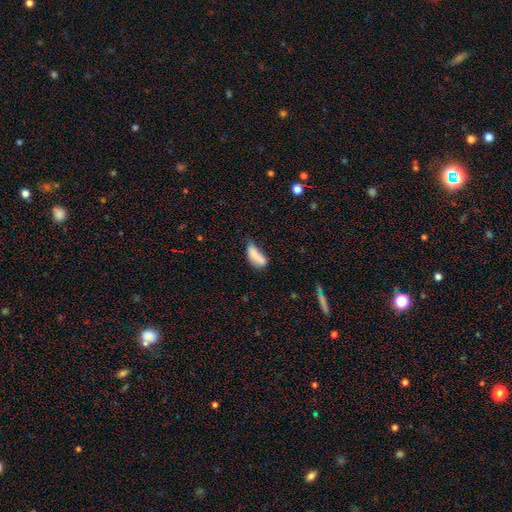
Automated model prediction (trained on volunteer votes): Smooth or featured: smooth — 76% (featured or disk — 15%)
How rounded: in between — 76% (cigar-shaped — 21%)
Merging: none — 37% (minor disturbance — 32%)